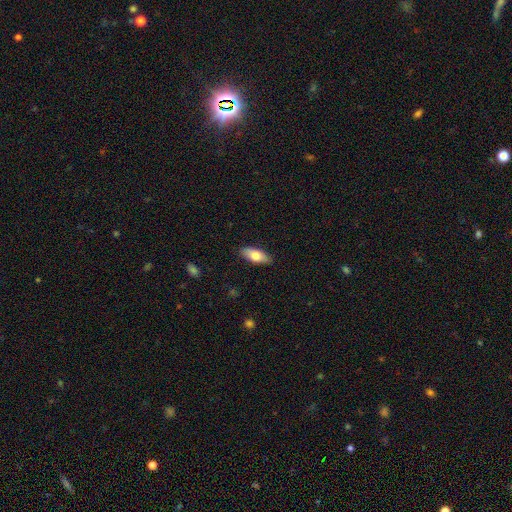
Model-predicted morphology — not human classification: smooth_or_featured: smooth (p=0.73) [alt: featured or disk p=0.21]
how_rounded: in between (p=0.80) [alt: cigar-shaped p=0.18]
merging: none (p=0.86) [alt: minor disturbance p=0.11]